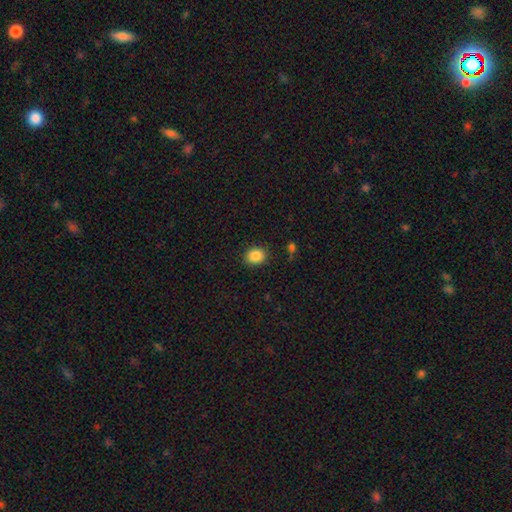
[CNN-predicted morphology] smooth-or-featured: smooth: 87% | star or artifact: 9% | featured or disk: 4%
  how-rounded: round: 58% | in between: 42% | cigar-shaped: 1%
  merging: none: 87% | minor disturbance: 9% | major disturbance: 3% | merger: 1%